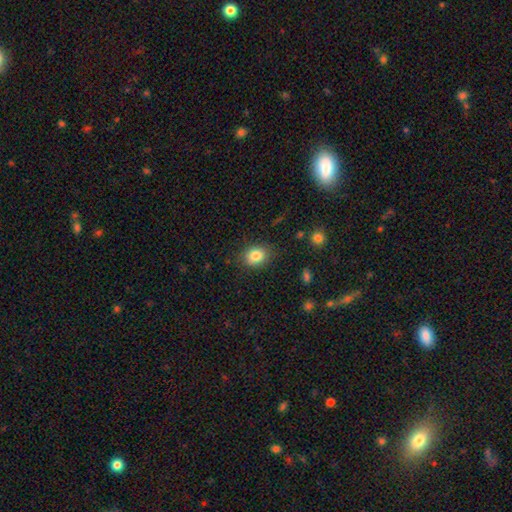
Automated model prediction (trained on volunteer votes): smooth-or-featured: smooth: 84% | star or artifact: 9% | featured or disk: 7%
  how-rounded: in between: 56% | round: 43% | cigar-shaped: 1%
  merging: none: 84% | minor disturbance: 11% | major disturbance: 3% | merger: 1%